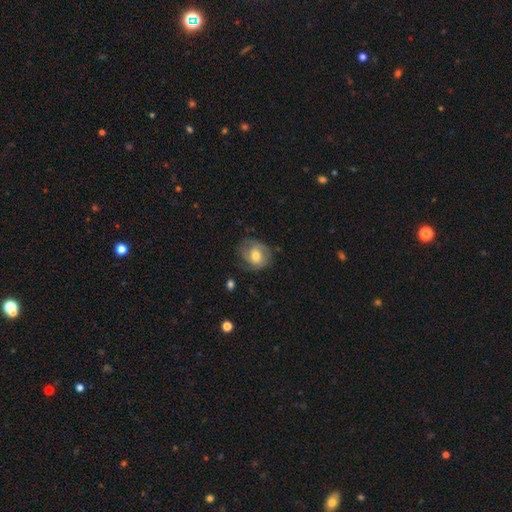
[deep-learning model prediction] Smooth or featured?
  - featured or disk: 51% *
  - smooth: 41%
  - star or artifact: 7%
Edge-on disk?
  - no: 96% *
  - yes: 4%
Merging?
  - none: 61% *
  - minor disturbance: 25%
  - major disturbance: 12%
  - merger: 1%